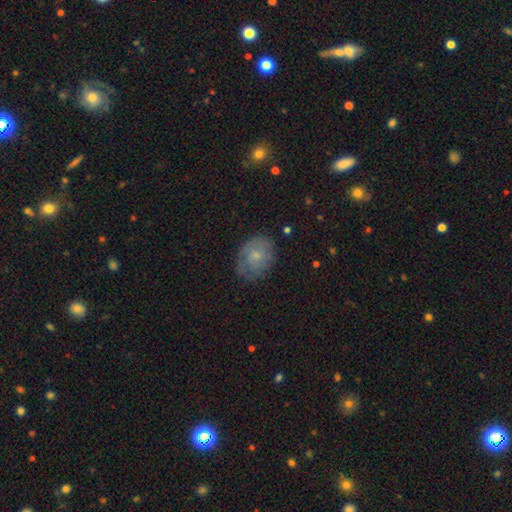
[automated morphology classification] smooth 61%, featured or disk 31%, star or artifact 9%. Down the decision tree: how rounded — in between (60%); merging — none (67%).